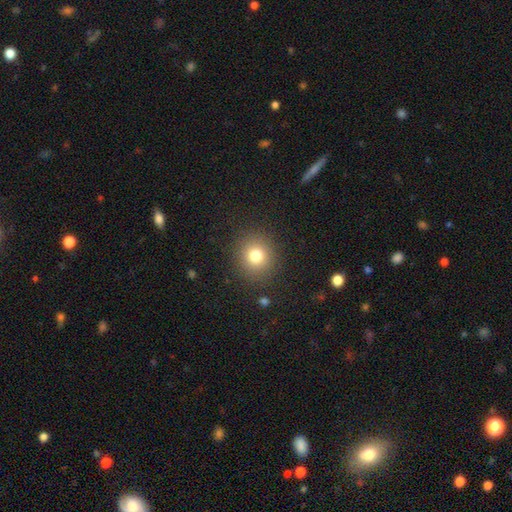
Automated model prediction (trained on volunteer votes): Smooth or featured? Predicted: smooth (p=0.78). How rounded? Predicted: round (p=0.87). Merging? Predicted: none (p=0.89).